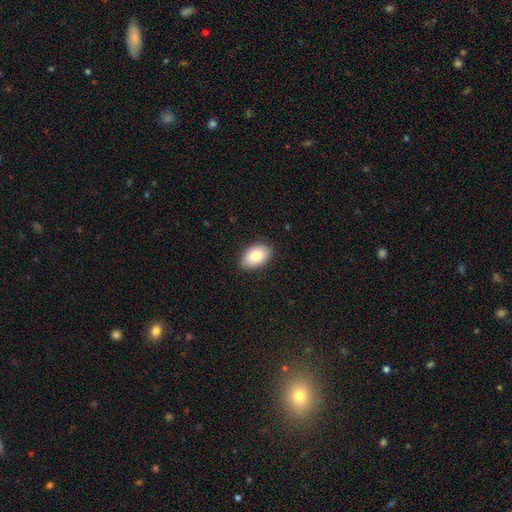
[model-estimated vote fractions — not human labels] smooth 83%, featured or disk 11%, star or artifact 6%. Down the decision tree: how rounded — in between (92%); merging — none (87%).